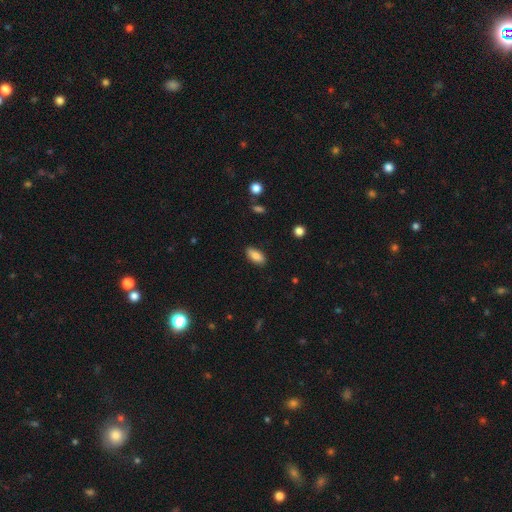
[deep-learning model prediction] The model was most divided on "smooth or featured": smooth: 80%, featured or disk: 12%, star or artifact: 7%. More confident: merging — none (87%); how rounded — in between (86%).